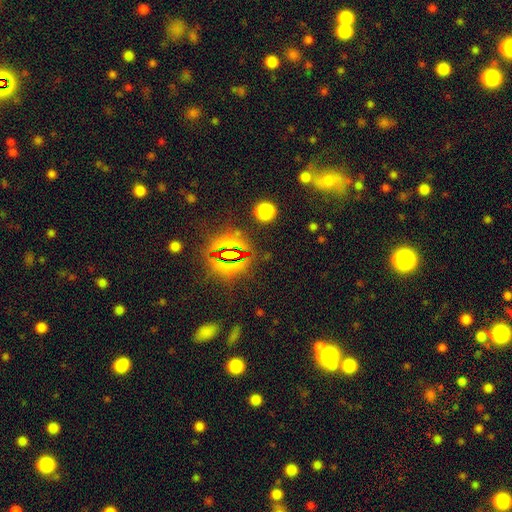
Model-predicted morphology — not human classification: Smooth or featured: star or artifact — 77% (smooth — 15%)